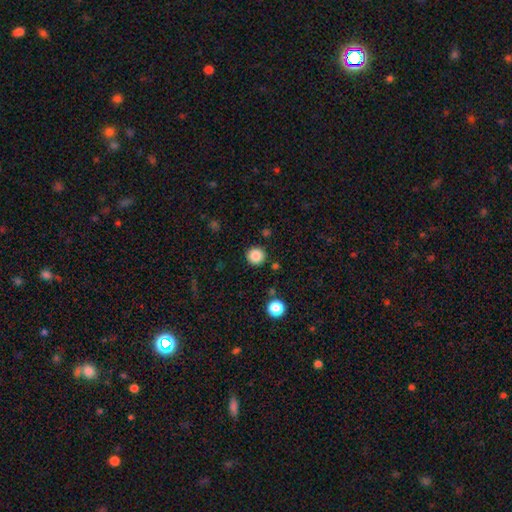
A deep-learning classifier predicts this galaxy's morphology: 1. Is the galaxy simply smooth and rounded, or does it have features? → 85% smooth, 11% star or artifact, 4% featured or disk.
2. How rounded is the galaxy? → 95% round, 4% in between, 1% cigar-shaped.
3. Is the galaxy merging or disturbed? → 91% none, 5% minor disturbance, 2% major disturbance, 2% merger.